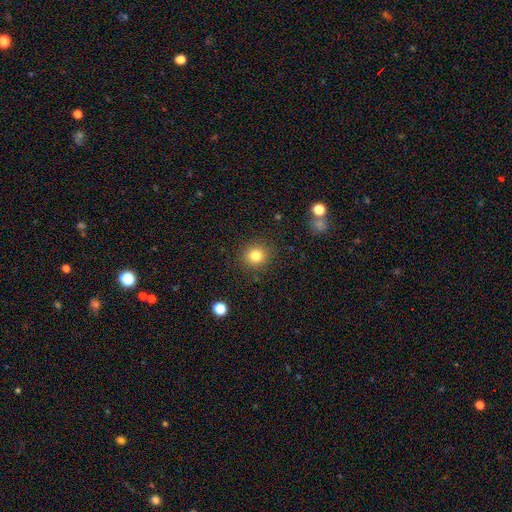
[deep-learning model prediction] Smooth or featured?
  - smooth: 81% *
  - star or artifact: 12%
  - featured or disk: 6%
How rounded?
  - round: 89% *
  - in between: 10%
  - cigar-shaped: 1%
Merging?
  - none: 89% *
  - minor disturbance: 7%
  - major disturbance: 3%
  - merger: 1%